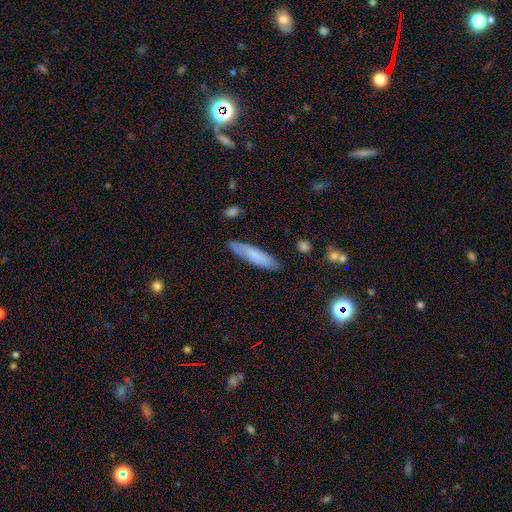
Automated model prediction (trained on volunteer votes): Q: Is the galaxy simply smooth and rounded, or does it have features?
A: smooth — 72%.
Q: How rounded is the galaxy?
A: cigar-shaped — 78%.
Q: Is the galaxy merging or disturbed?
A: none — 82%.